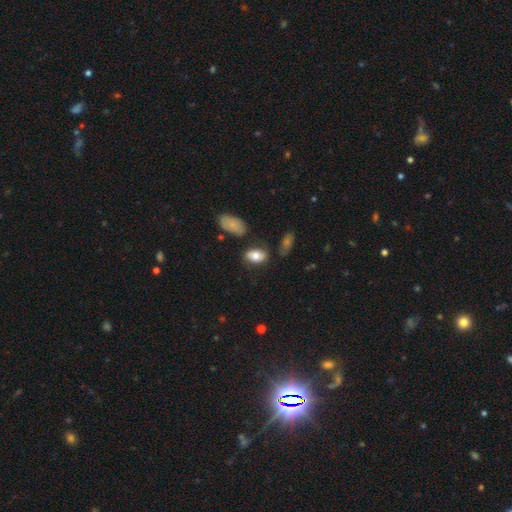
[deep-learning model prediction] Smooth or featured: smooth — 77% (featured or disk — 15%)
How rounded: in between — 88% (round — 10%)
Merging: none — 70% (minor disturbance — 18%)